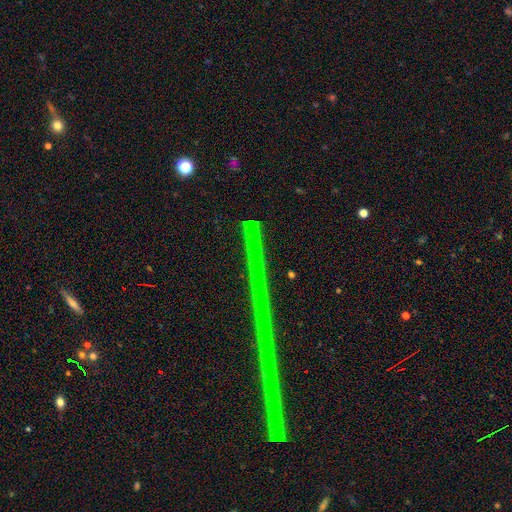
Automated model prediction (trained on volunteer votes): Morphology: type=star or artifact (74%).